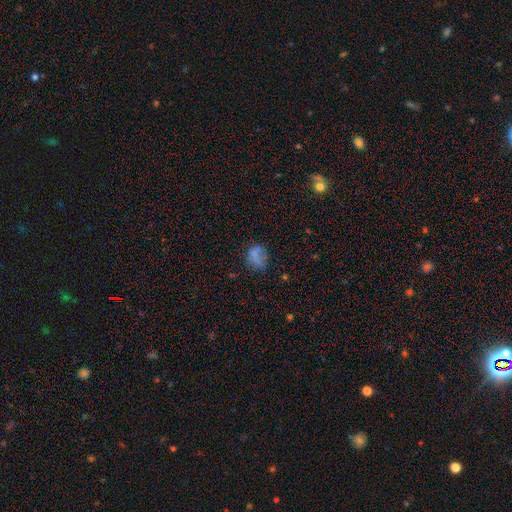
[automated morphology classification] This is likely a smooth galaxy (67%). How rounded: possibly round (49%, tied with in between). Merging: possibly none (52%).